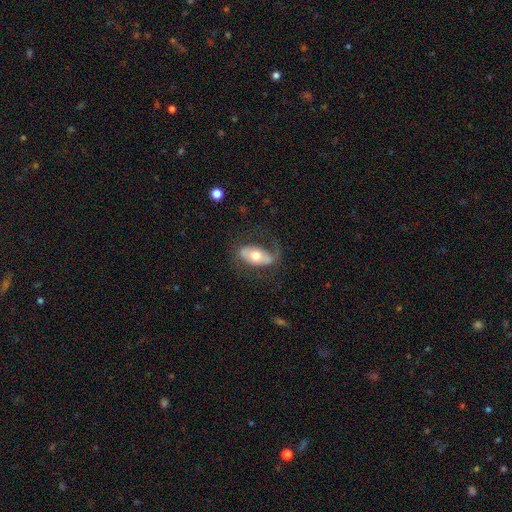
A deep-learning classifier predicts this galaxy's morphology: smooth_or_featured: featured or disk (p=0.55) [alt: smooth p=0.38]
disk_edge_on: no (p=0.88) [alt: yes p=0.12]
merging: none (p=0.63) [alt: minor disturbance p=0.18]